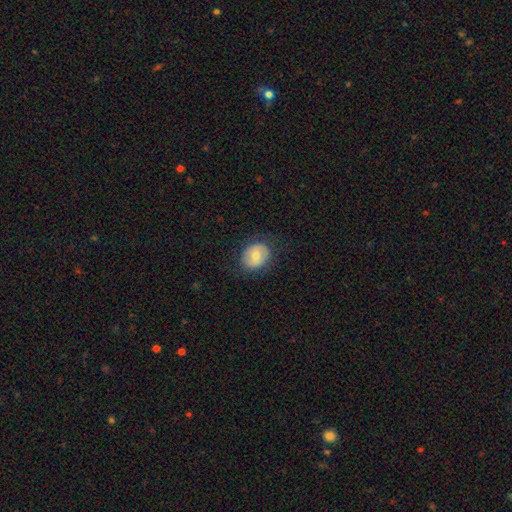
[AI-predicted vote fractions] Smooth or featured? Predicted: smooth (p=0.61). How rounded? Predicted: round (p=0.57). Merging? Predicted: none (p=0.80).